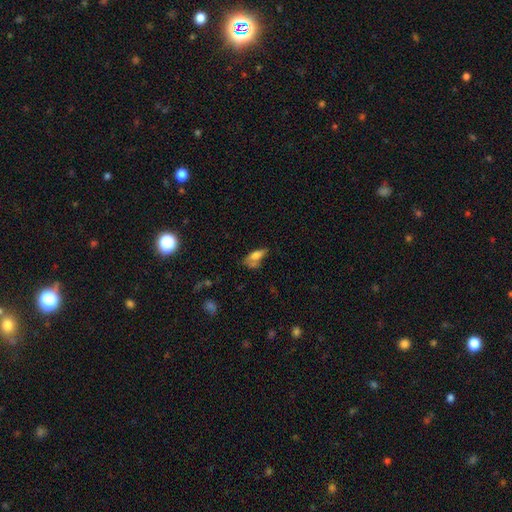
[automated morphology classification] Overall: smooth (68%). How rounded: in between (74%). Merging: none (34%; minor disturbance 30%).